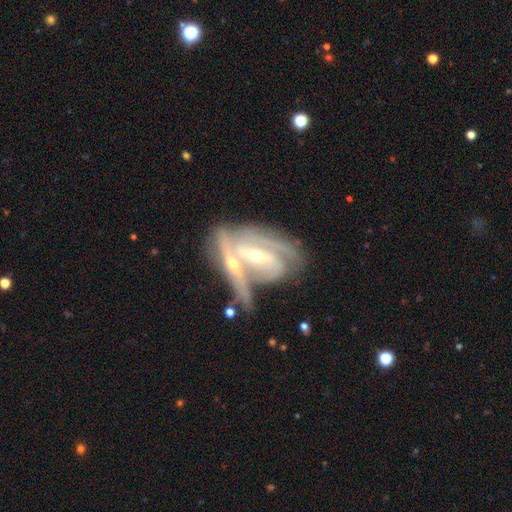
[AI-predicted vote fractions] This appears to be a featured or disk galaxy (82%) with a strong bar (35%), 2 (43%) tight (51%) spiral arms (85%) and a small central bulge (49%). Merging: merger (51%).